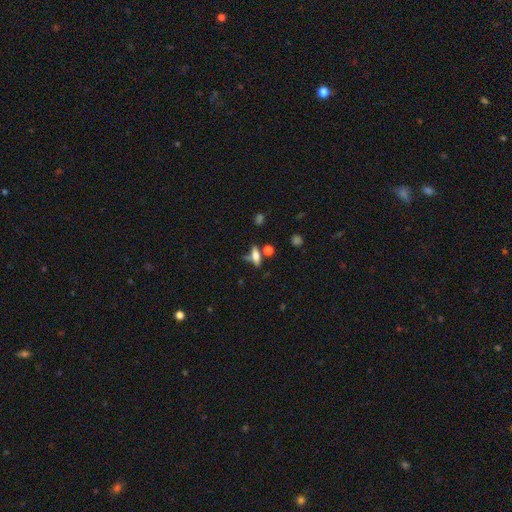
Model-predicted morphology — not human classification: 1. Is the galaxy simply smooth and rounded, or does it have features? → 57% smooth, 32% featured or disk, 11% star or artifact.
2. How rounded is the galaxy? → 57% in between, 37% cigar-shaped, 6% round.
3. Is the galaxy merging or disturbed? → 60% none, 18% minor disturbance, 14% merger, 8% major disturbance.